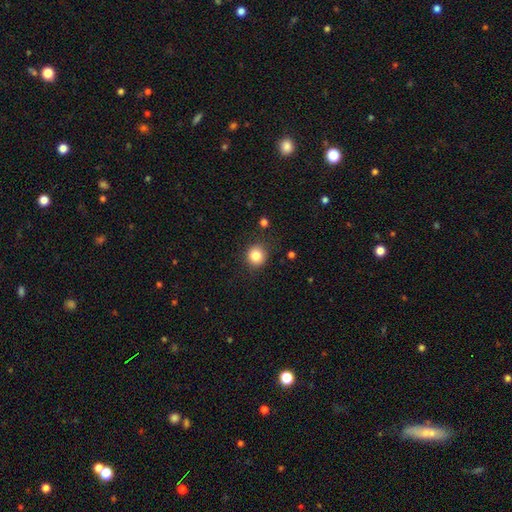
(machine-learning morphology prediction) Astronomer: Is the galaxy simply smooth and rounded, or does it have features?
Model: smooth — 83%.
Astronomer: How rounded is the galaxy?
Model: round — 89%.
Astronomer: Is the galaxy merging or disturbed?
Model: none — 87%.